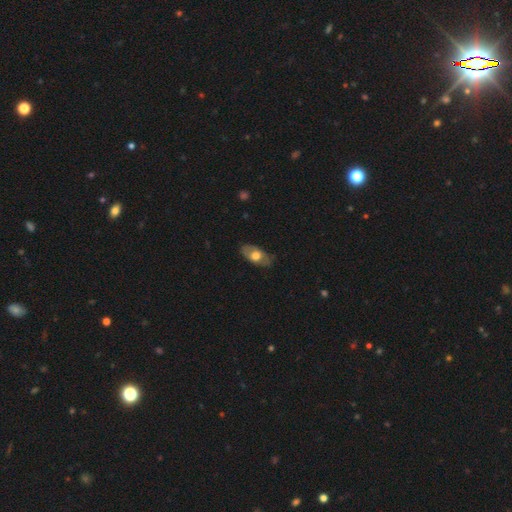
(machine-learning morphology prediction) A smooth galaxy with no disk features (55%) that is in between round and cigar-shaped (89%). Merging: none (79%).